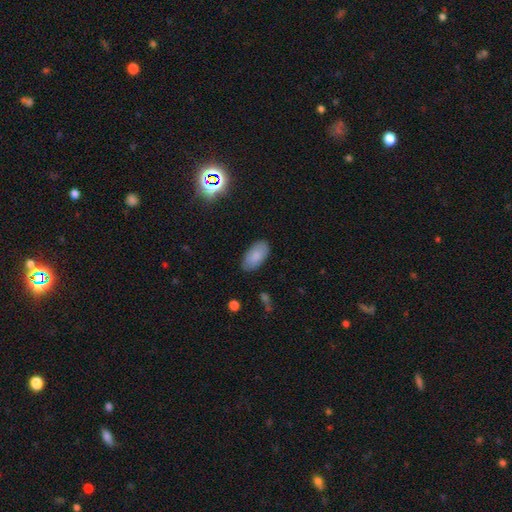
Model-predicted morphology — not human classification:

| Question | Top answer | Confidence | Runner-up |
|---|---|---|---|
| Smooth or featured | smooth | 84% | featured or disk (9%) |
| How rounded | in between | 95% | round (3%) |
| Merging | none | 84% | minor disturbance (12%) |